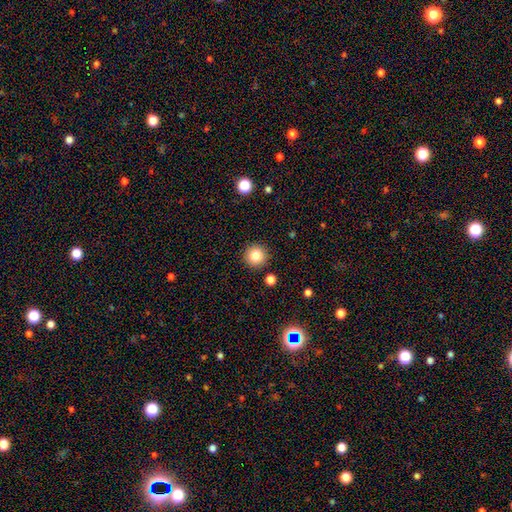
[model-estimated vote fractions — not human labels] The model was most divided on "smooth or featured": smooth: 82%, star or artifact: 11%, featured or disk: 6%. More confident: how rounded — round (96%); merging — none (91%).